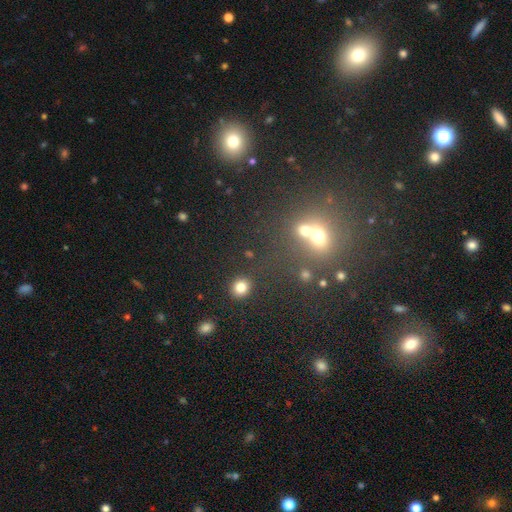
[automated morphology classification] This is possibly a star or artifact rather than a galaxy (53%).